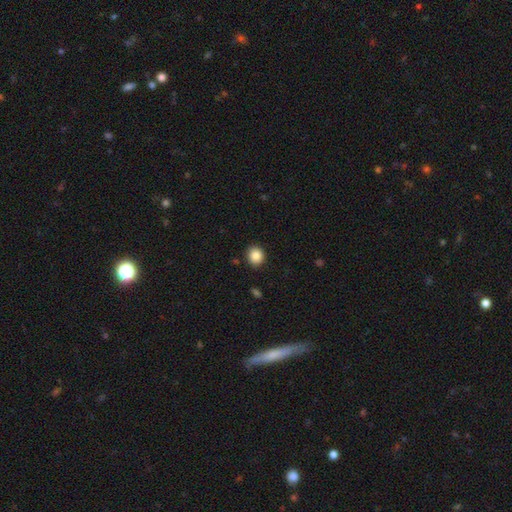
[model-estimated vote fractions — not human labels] Overall: smooth (87%). How rounded: round (78%). Merging: none (90%).